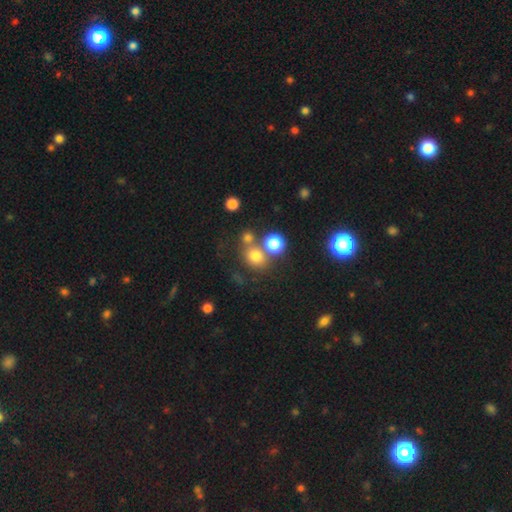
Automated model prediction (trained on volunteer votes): smooth 74%, star or artifact 16%, featured or disk 10%. Down the decision tree: how rounded — round (75%); merging — none (56%).